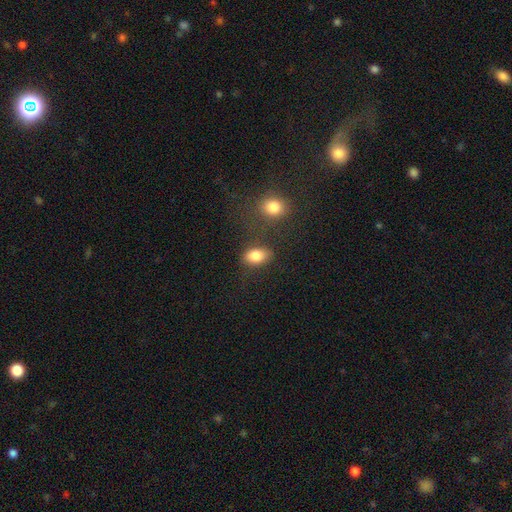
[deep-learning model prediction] A smooth galaxy with no disk features (83%) that is in between round and cigar-shaped (83%). Merging: none (73%).